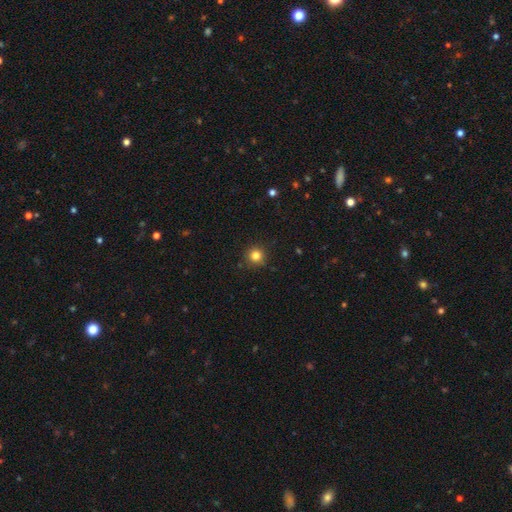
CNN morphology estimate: Q: Smooth or featured?
A: smooth (82%); runner-up: star or artifact (13%)
Q: How rounded?
A: round (94%); runner-up: in between (5%)
Q: Merging?
A: none (89%); runner-up: minor disturbance (7%)